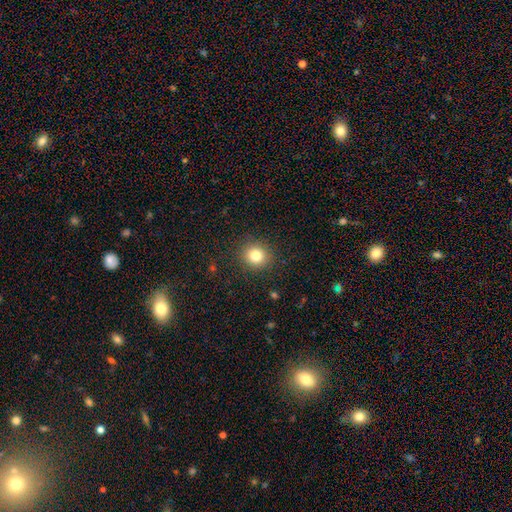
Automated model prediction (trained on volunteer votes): This appears to be a smooth galaxy with no disk features (81%) that is round (87%). Merging: none (89%).